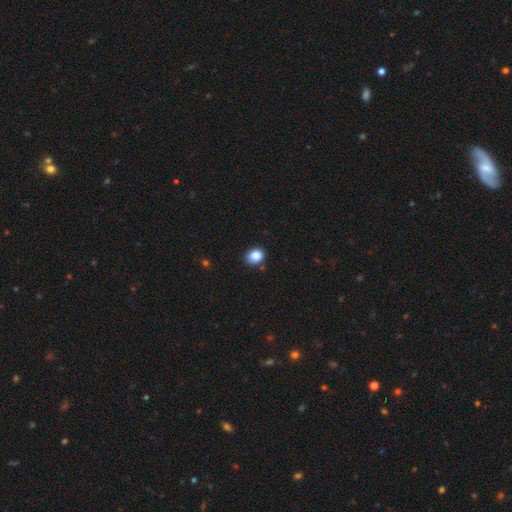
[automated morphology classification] The model was most divided on "how rounded": in between: 51%, round: 48%, cigar-shaped: 1%. More confident: smooth or featured — smooth (86%); merging — none (82%).